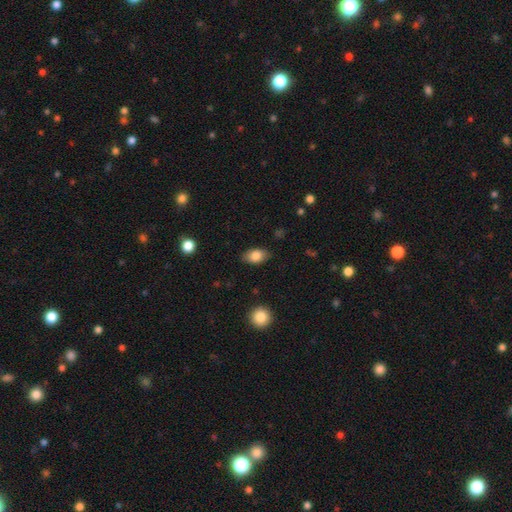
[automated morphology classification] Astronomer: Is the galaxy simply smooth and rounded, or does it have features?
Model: smooth — 83%.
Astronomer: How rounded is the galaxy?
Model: in between — 89%.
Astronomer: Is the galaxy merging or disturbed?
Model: none — 84%.